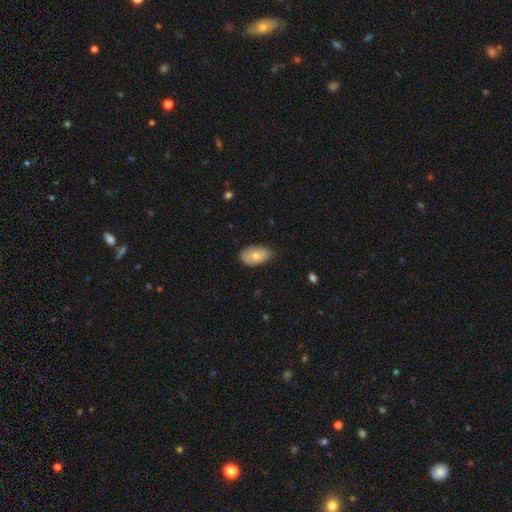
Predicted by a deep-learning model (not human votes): Smooth or featured?
  - smooth: 73% *
  - featured or disk: 20%
  - star or artifact: 7%
How rounded?
  - in between: 91% *
  - round: 7%
  - cigar-shaped: 1%
Merging?
  - none: 71% *
  - minor disturbance: 25%
  - major disturbance: 3%
  - merger: 1%